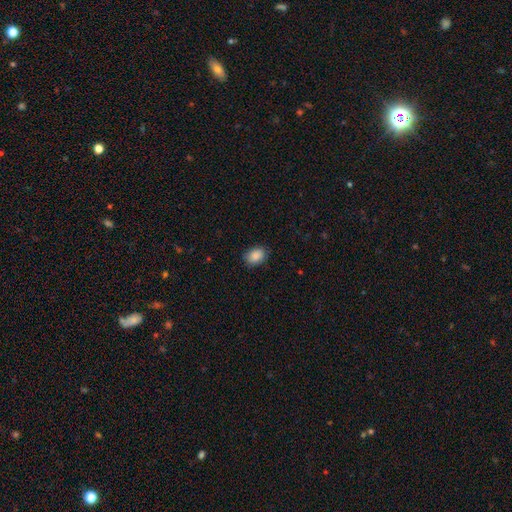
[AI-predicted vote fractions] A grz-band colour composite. It shows a smooth galaxy with no disk features (89%) that is in between round and cigar-shaped (79%). Merging: none (83%).